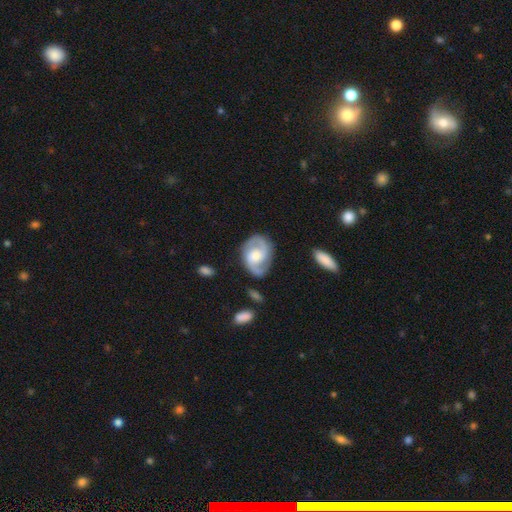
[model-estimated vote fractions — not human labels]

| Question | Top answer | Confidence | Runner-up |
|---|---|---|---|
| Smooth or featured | featured or disk | 84% | smooth (11%) |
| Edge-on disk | no | 98% | yes (2%) |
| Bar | no | 51% | weak (40%) |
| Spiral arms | yes | 96% | no (4%) |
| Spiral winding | medium | 54% | tight (30%) |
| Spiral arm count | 2 | 90% | can't tell (4%) |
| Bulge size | moderate | 58% | small (32%) |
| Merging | none | 77% | minor disturbance (15%) |